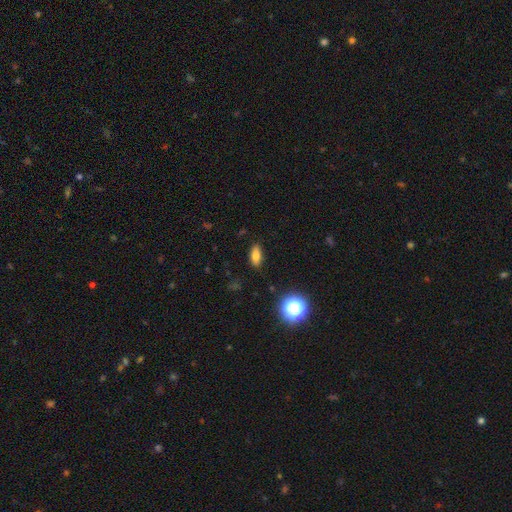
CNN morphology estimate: smooth 78%, star or artifact 13%, featured or disk 9%. Down the decision tree: how rounded — in between (81%); merging — none (87%).